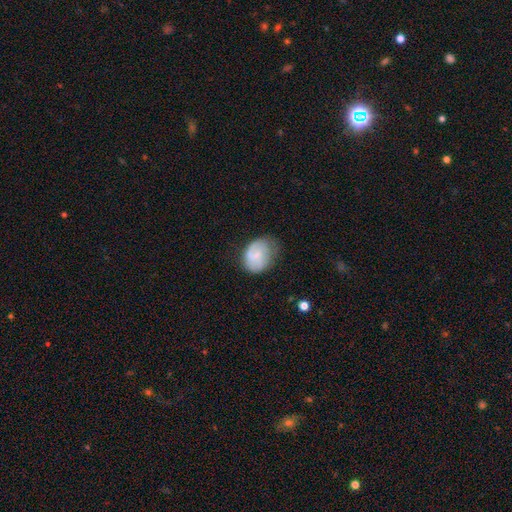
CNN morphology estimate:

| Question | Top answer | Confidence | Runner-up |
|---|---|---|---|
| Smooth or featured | smooth | 56% | featured or disk (37%) |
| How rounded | in between | 51% | round (48%) |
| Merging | none | 52% | minor disturbance (32%) |